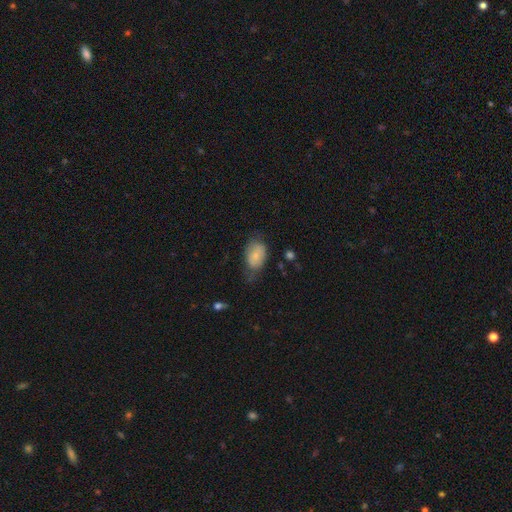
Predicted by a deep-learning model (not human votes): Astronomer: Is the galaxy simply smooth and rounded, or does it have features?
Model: smooth — 74%.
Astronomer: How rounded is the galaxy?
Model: in between — 87%.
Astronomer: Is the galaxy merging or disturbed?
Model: none — 46% (runner-up: minor disturbance, 35%).